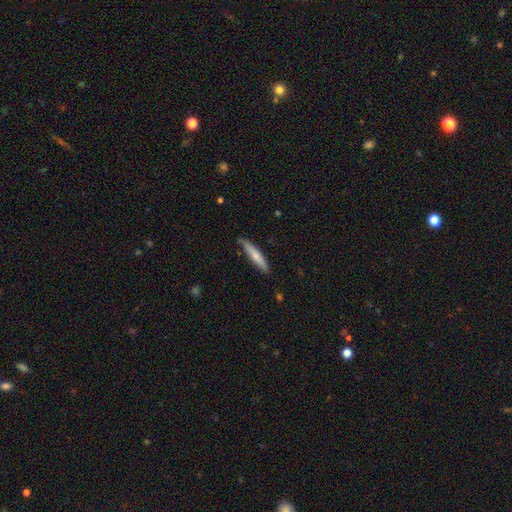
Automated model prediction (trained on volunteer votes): Morphology: type=smooth (66%); roundness=cigar-shaped (89%); merging=none (81%).